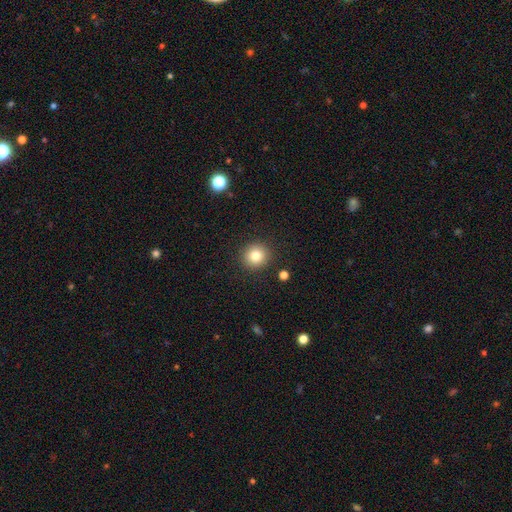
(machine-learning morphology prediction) Overall: smooth (81%). How rounded: round (91%). Merging: none (90%).